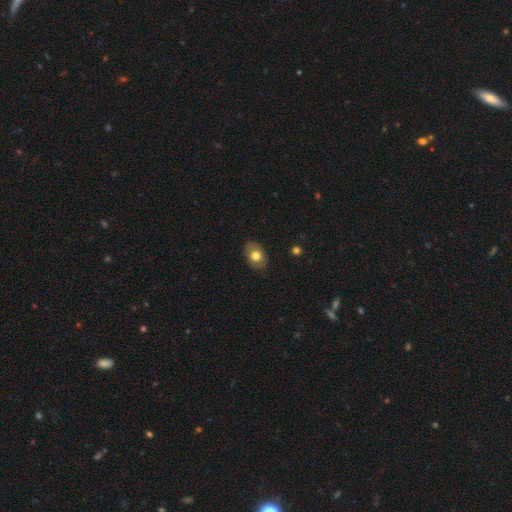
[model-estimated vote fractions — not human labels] smooth 71%, featured or disk 21%, star or artifact 8%. Down the decision tree: how rounded — in between (78%); merging — none (81%).